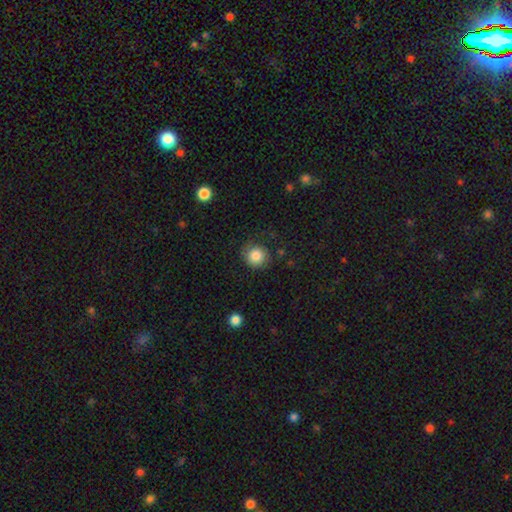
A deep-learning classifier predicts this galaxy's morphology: Smooth or featured? smooth (85%)
How rounded? round (90%)
Merging? none (80%)